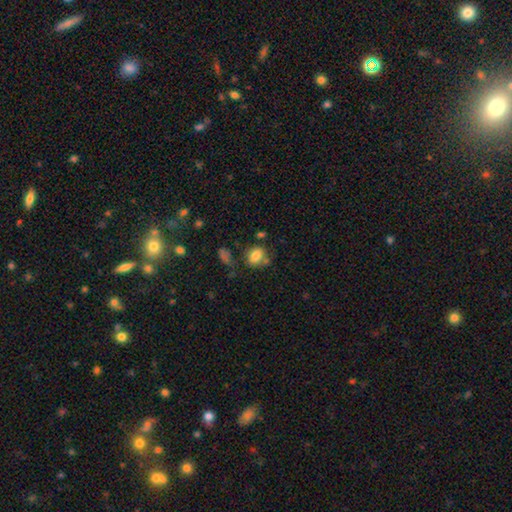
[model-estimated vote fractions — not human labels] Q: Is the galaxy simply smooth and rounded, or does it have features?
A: smooth — 80%.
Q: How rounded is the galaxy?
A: in between — 65%.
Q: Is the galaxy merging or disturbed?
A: none — 64%.